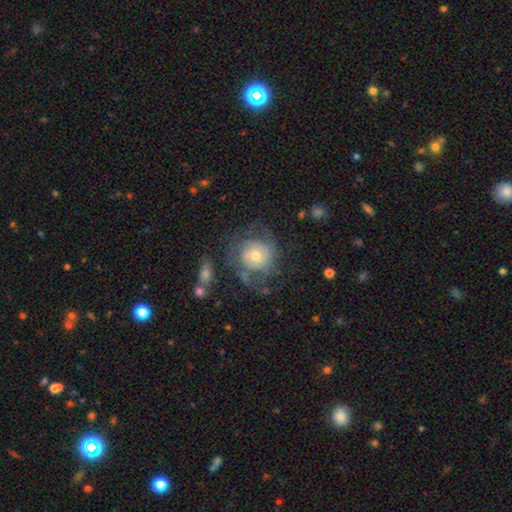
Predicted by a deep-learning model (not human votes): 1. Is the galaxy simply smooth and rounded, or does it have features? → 68% featured or disk, 24% smooth, 8% star or artifact.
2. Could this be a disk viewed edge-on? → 97% no, 3% yes.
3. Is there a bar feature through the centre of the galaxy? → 80% no, 17% weak, 3% strong.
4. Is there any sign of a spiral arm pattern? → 80% yes, 20% no.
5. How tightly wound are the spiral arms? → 50% tight, 35% medium, 15% loose.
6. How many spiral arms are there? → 39% can't tell, 32% 2, 14% 3, 6% 1, 5% 4, 4% more than 4.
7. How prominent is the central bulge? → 50% moderate, 40% small, 6% large, 1% none, 1% dominant.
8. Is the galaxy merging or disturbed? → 58% none, 19% minor disturbance, 19% major disturbance, 3% merger.